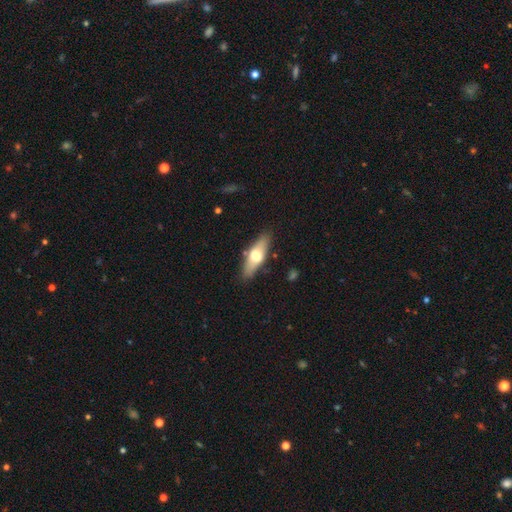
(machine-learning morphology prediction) This appears to be a smooth galaxy with no disk features (52%) that is in between round and cigar-shaped (55%). Merging: none (84%).